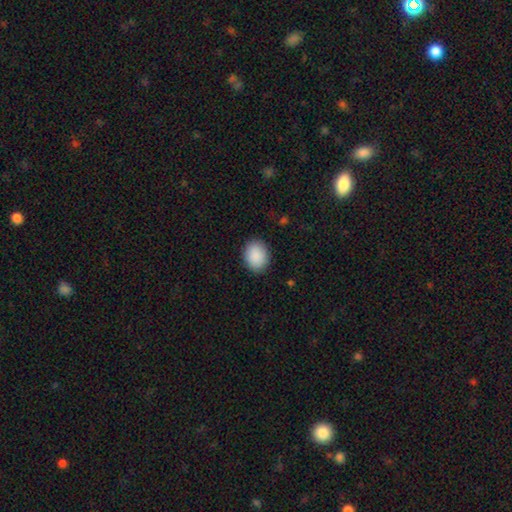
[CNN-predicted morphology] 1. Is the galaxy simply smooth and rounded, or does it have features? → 90% smooth, 7% star or artifact, 3% featured or disk.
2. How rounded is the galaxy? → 60% in between, 39% round, 1% cigar-shaped.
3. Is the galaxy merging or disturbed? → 88% none, 9% minor disturbance, 2% major disturbance, 1% merger.